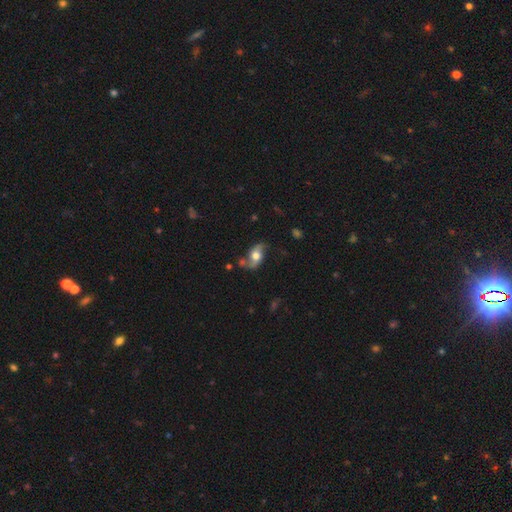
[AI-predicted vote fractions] Smooth or featured? Predicted: featured or disk (p=0.62). Edge-on disk? Predicted: no (p=0.89). Bar? Predicted: no (p=0.69). Spiral arms? Predicted: yes (p=0.84). Bulge size? Predicted: moderate (p=0.48). Merging? Predicted: none (p=0.63).